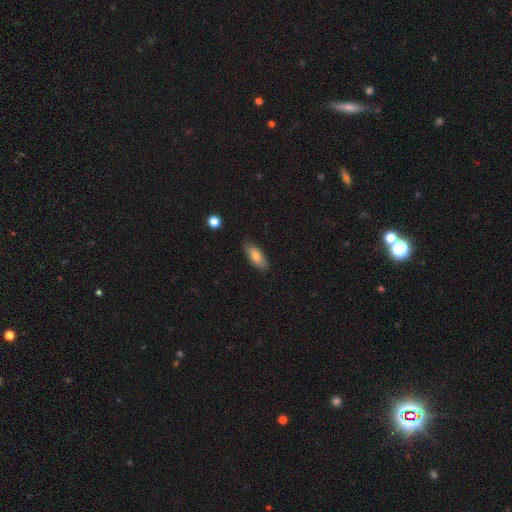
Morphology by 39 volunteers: smooth-or-featured: smooth: 82% | featured or disk: 15% | star or artifact: 3%
  how-rounded: in between: 69% | cigar-shaped: 22% | round: 9%
  merging: none: 84% | minor disturbance: 8% | merger: 5% | major disturbance: 3%